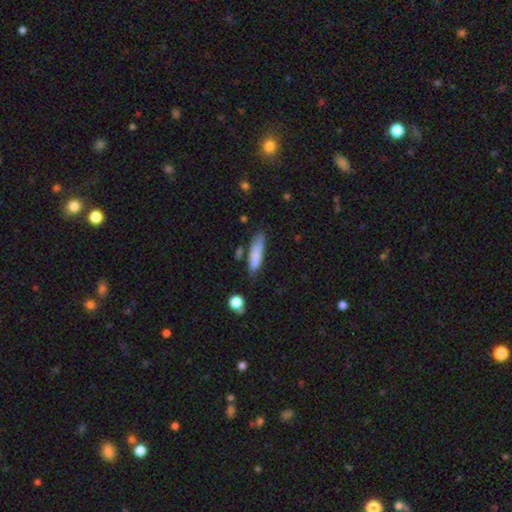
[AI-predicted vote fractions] Smooth or featured: smooth — 79% (featured or disk — 14%)
How rounded: cigar-shaped — 69% (in between — 29%)
Merging: none — 64% (minor disturbance — 24%)